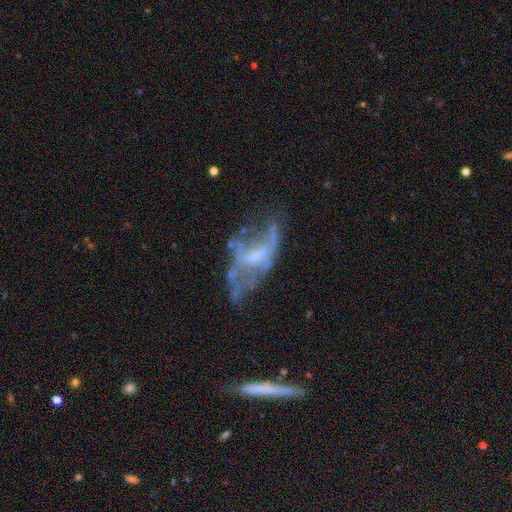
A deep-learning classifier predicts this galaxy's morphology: Smooth or featured: featured or disk — 71% (smooth — 17%)
Edge-on disk: no — 92% (yes — 8%)
Bar: no — 51% (weak — 36%)
Spiral arms: no — 55% (yes — 45%)
Bulge size: none — 40% (small — 28%)
Merging: major disturbance — 37% (none — 32%)